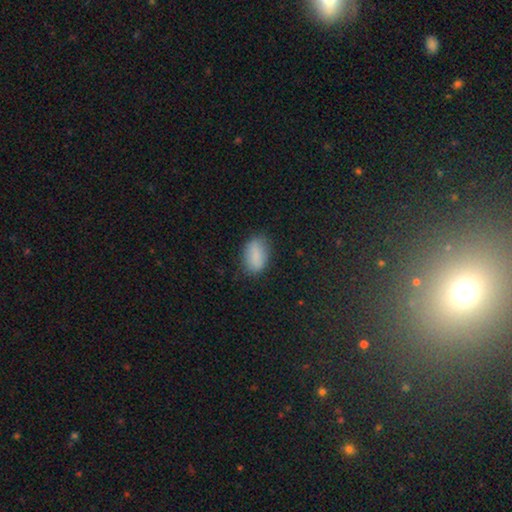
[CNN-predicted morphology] Smooth or featured: smooth — 85% (star or artifact — 8%)
How rounded: in between — 90% (round — 7%)
Merging: none — 76% (minor disturbance — 18%)